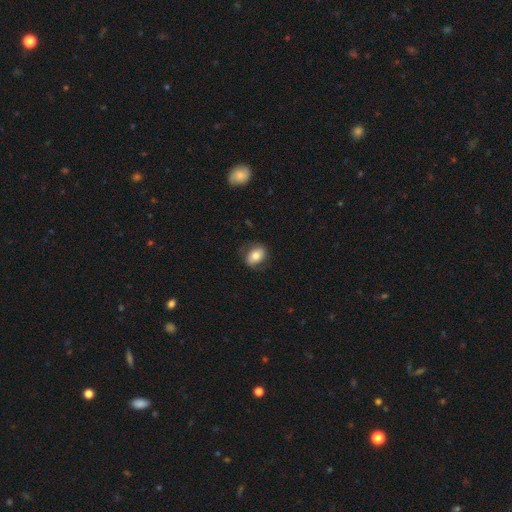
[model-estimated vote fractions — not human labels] A smooth galaxy with no disk features (71%) that is in between round and cigar-shaped (76%). Merging: none (75%).